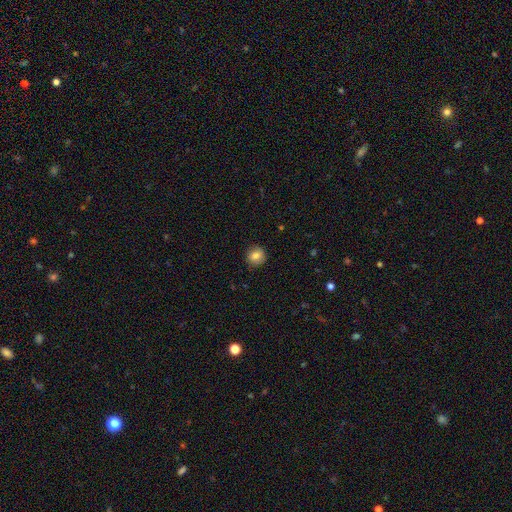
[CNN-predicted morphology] Smooth or featured?
  - smooth: 82% *
  - star or artifact: 10%
  - featured or disk: 8%
How rounded?
  - round: 91% *
  - in between: 8%
  - cigar-shaped: 1%
Merging?
  - none: 89% *
  - minor disturbance: 8%
  - major disturbance: 2%
  - merger: 1%